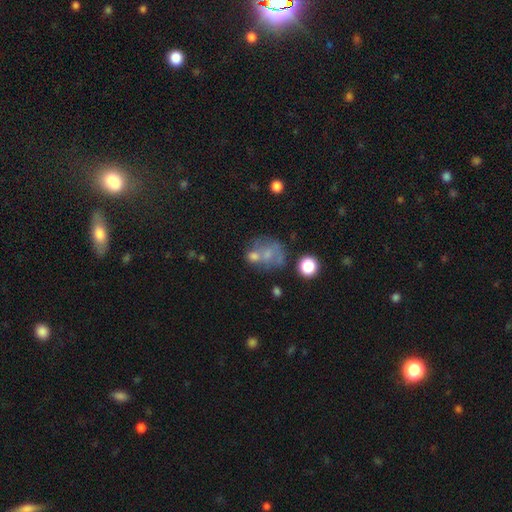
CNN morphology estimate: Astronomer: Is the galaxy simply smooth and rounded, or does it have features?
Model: smooth — 48% (runner-up: featured or disk, 31%).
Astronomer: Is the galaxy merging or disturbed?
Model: none — 39% (runner-up: merger, 32%).